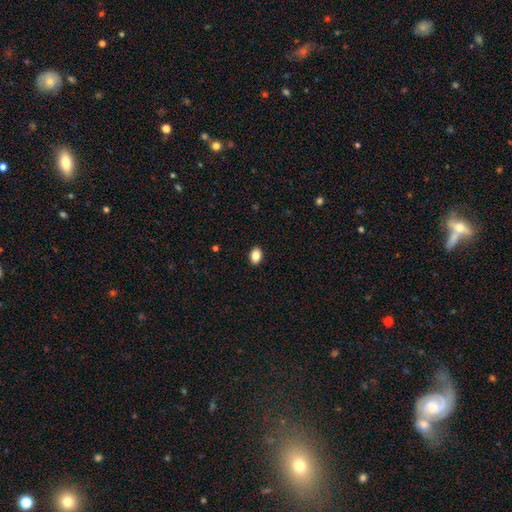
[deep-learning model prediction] smooth-or-featured: smooth: 86% | star or artifact: 9% | featured or disk: 5%
  how-rounded: in between: 79% | round: 20% | cigar-shaped: 1%
  merging: none: 91% | minor disturbance: 7% | major disturbance: 2% | merger: 1%